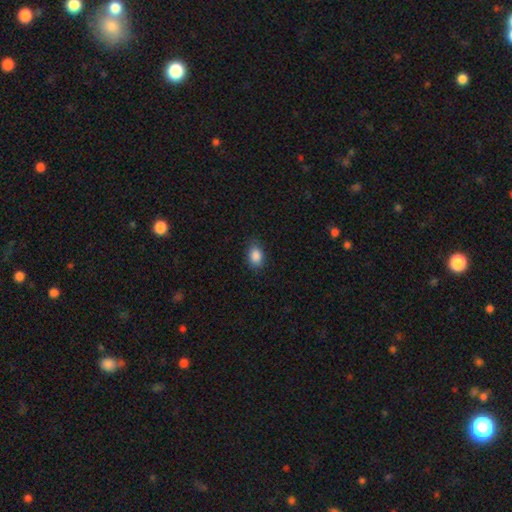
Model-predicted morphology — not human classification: Smooth or featured? smooth (88%)
How rounded? in between (82%)
Merging? none (84%)